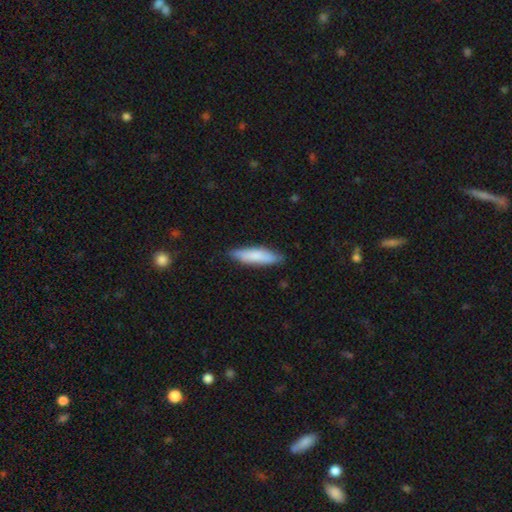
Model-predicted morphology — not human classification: This appears to be a smooth galaxy with no disk features (79%) that is cigar-shaped (74%). Merging: none (85%).